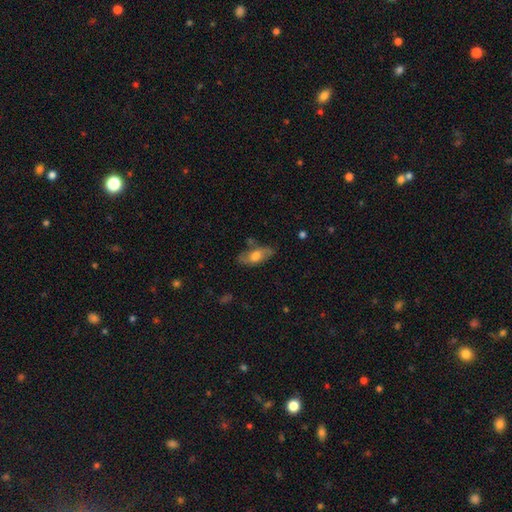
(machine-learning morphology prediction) smooth 61%, featured or disk 33%, star or artifact 7%. Down the decision tree: how rounded — in between (83%); merging — none (67%).